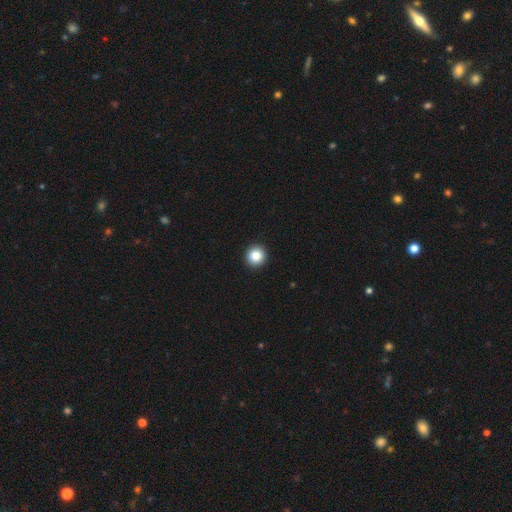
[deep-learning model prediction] This appears to be a smooth galaxy with no disk features (86%) that is round (95%). Merging: none (94%).